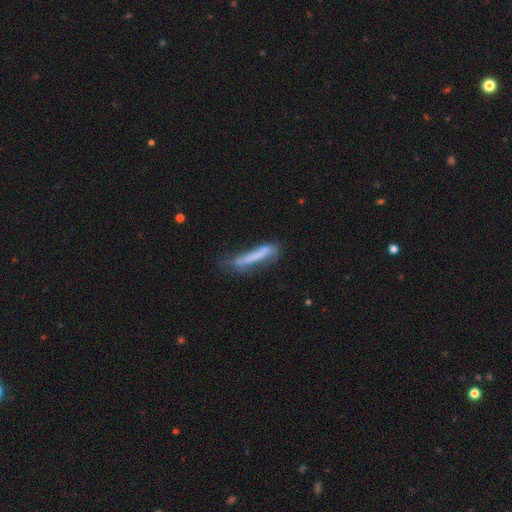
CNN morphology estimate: Smooth or featured?
  - smooth: 57% *
  - featured or disk: 33%
  - star or artifact: 9%
How rounded?
  - cigar-shaped: 90% *
  - in between: 8%
  - round: 1%
Merging?
  - none: 46% *
  - minor disturbance: 29%
  - major disturbance: 18%
  - merger: 7%